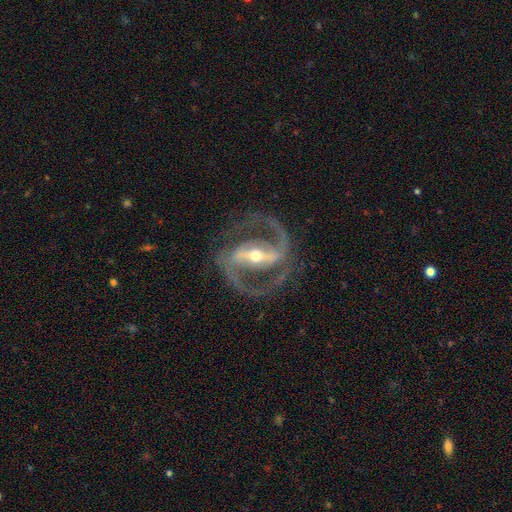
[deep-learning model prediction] This appears to be a featured or disk galaxy (93%) with a strong bar (75%), 2 (93%) medium (65%) spiral arms (98%) and a moderate central bulge (54%). Merging: none (80%).